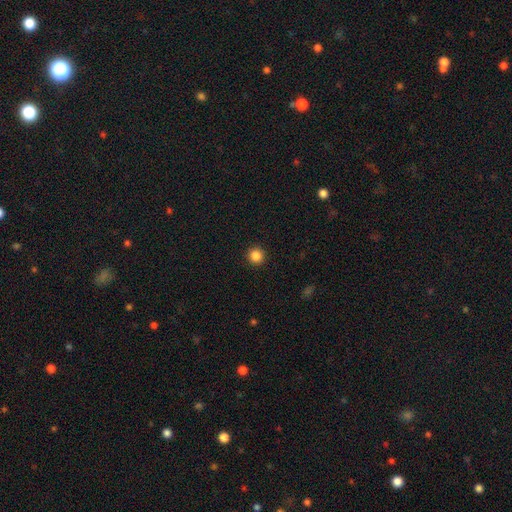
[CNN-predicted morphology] A smooth galaxy with no disk features (86%) that is round (95%). Merging: none (93%).